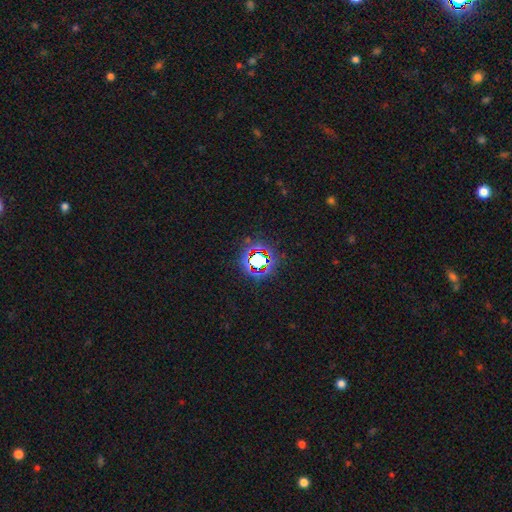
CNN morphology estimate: Smooth or featured?
  - star or artifact: 75% *
  - smooth: 16%
  - featured or disk: 9%